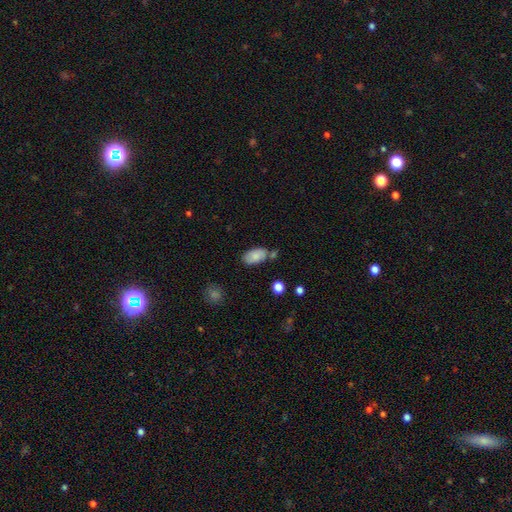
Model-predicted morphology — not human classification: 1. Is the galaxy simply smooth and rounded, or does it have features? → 83% smooth, 9% featured or disk, 7% star or artifact.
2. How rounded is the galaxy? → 94% in between, 3% round, 3% cigar-shaped.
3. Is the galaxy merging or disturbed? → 66% none, 18% minor disturbance, 12% merger, 4% major disturbance.